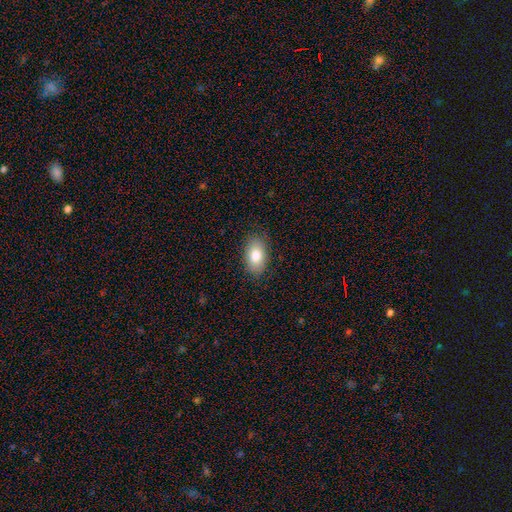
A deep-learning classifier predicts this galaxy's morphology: Smooth or featured? smooth (81%)
How rounded? in between (92%)
Merging? none (85%)